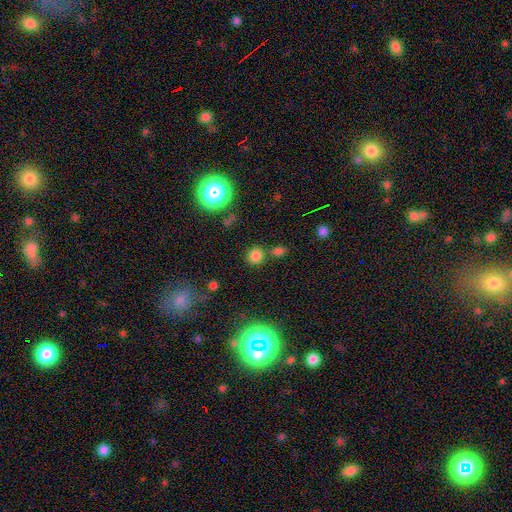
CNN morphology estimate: This is likely a smooth galaxy (76%). How rounded: clearly round (89%). Merging: likely none (77%).